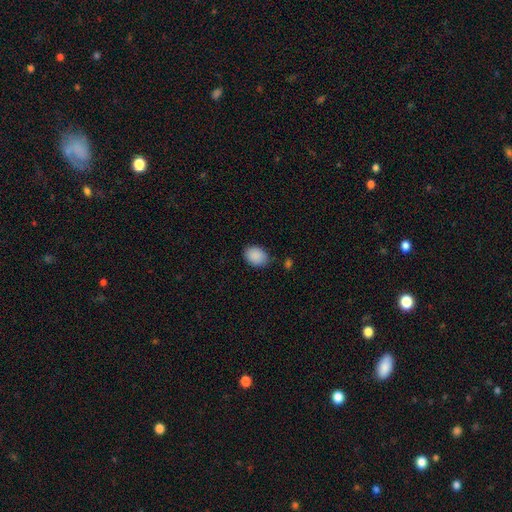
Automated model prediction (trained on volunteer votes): Smooth or featured?
  - smooth: 89% *
  - star or artifact: 7%
  - featured or disk: 4%
How rounded?
  - in between: 67% *
  - round: 32%
  - cigar-shaped: 1%
Merging?
  - none: 79% *
  - minor disturbance: 15%
  - major disturbance: 3%
  - merger: 2%